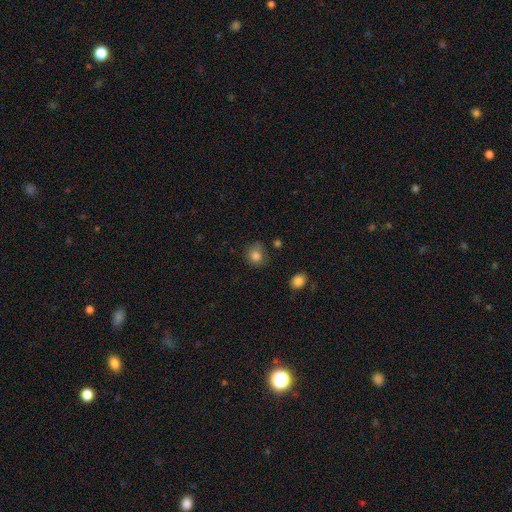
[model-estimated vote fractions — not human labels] A smooth galaxy with no disk features (81%) that is round (77%). Merging: none (66%).